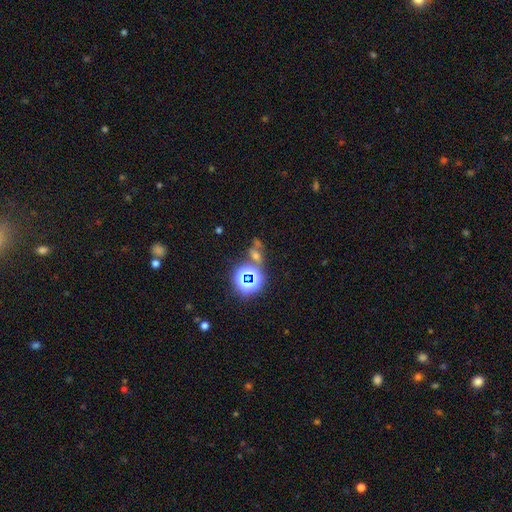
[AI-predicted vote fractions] A star or artifact, not a galaxy (52%).